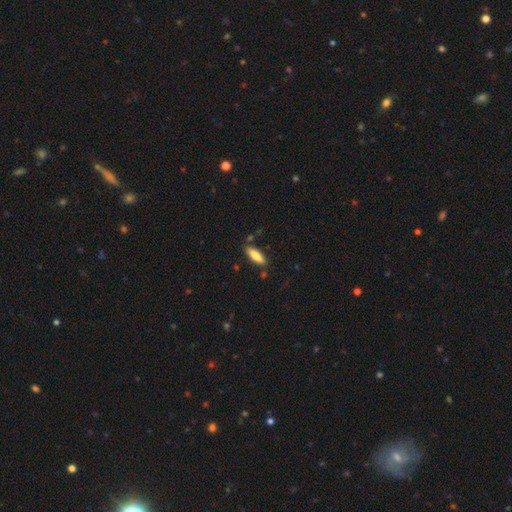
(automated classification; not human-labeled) Overall: smooth (80%). How rounded: in between (52%; cigar-shaped 47%). Merging: none (82%).